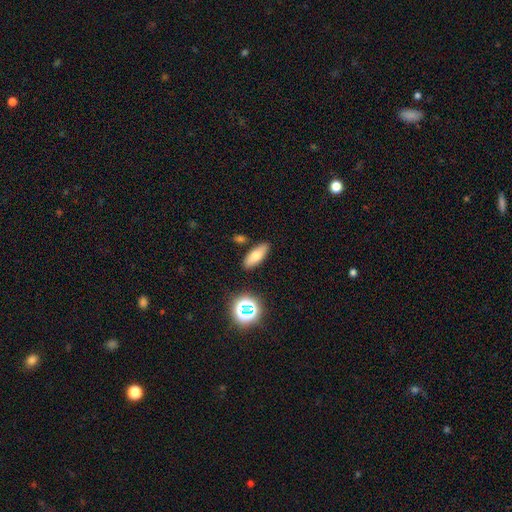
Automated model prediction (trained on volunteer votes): This appears to be a smooth galaxy with no disk features (71%) that is in between round and cigar-shaped (71%). Merging: none (85%).